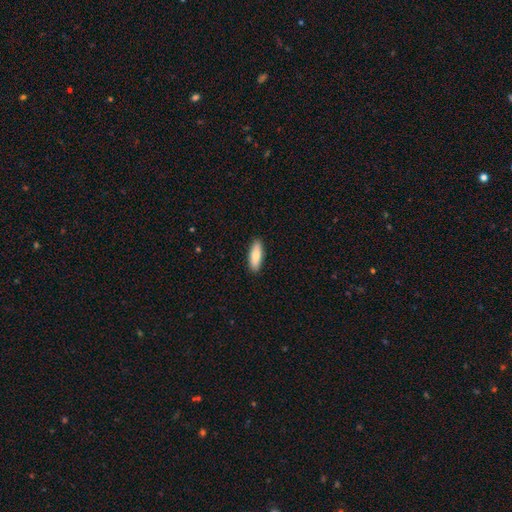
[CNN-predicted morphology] Smooth or featured: smooth — 84% (featured or disk — 10%)
How rounded: in between — 61% (cigar-shaped — 37%)
Merging: none — 90% (minor disturbance — 8%)